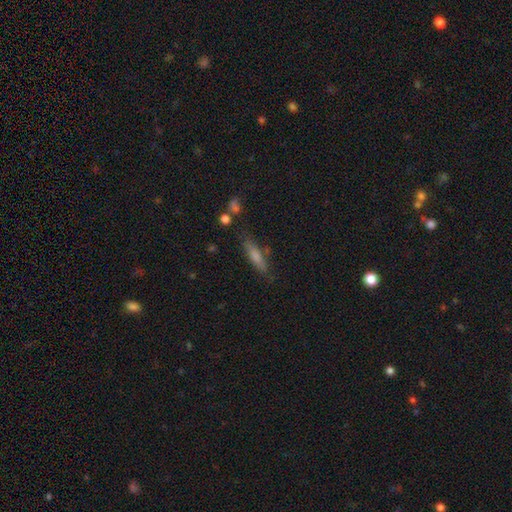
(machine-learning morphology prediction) type=smooth (60%); roundness=cigar-shaped (78%); merging=none (78%).